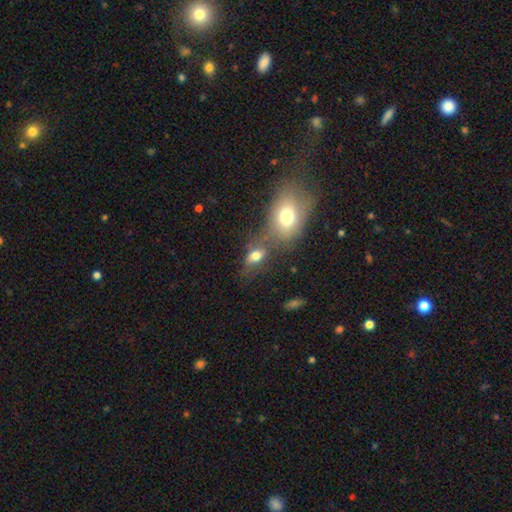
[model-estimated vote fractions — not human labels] A smooth galaxy with no disk features (69%) that is in between round and cigar-shaped (79%). Merging: merger (40%).